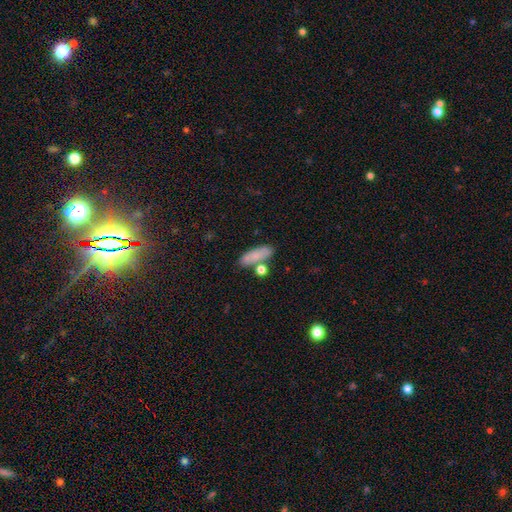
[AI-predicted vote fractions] Smooth or featured?
  - smooth: 77% *
  - featured or disk: 15%
  - star or artifact: 8%
How rounded?
  - in between: 64% *
  - cigar-shaped: 31%
  - round: 5%
Merging?
  - none: 68% *
  - merger: 14%
  - minor disturbance: 14%
  - major disturbance: 4%